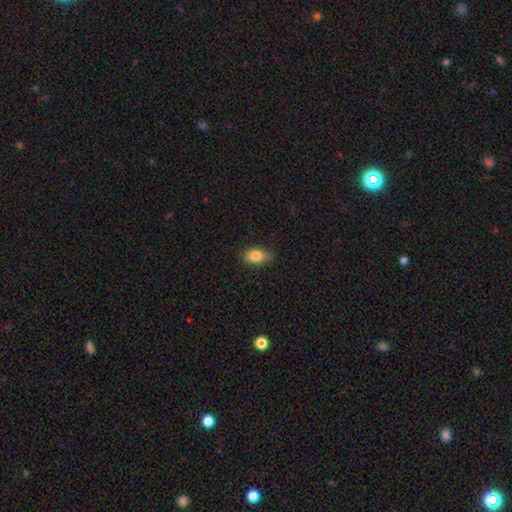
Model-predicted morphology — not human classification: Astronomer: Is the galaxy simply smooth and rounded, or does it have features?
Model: smooth — 84%.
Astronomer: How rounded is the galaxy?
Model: in between — 82%.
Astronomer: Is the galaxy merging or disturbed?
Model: none — 79%.